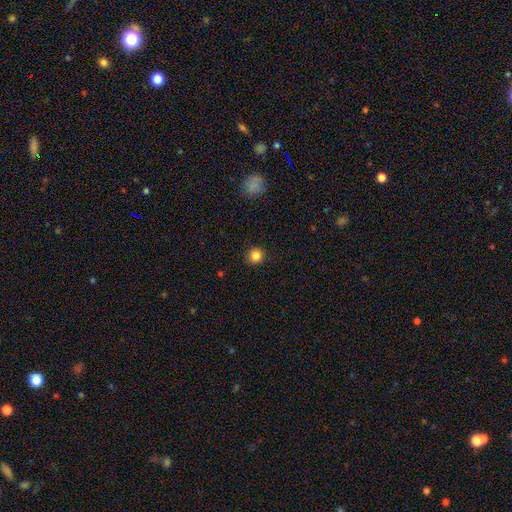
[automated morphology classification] type=smooth (84%); roundness=round (87%); merging=none (91%).